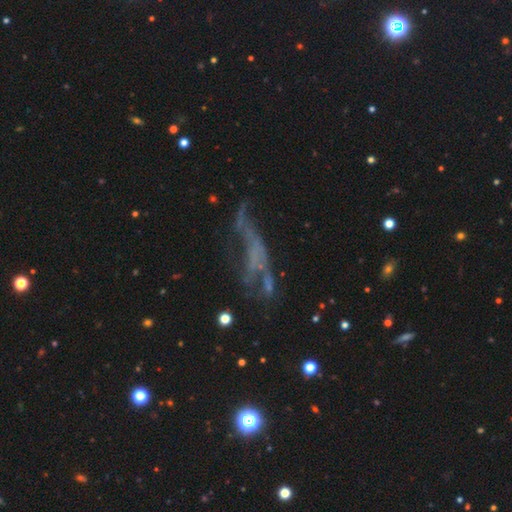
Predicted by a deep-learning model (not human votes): Morphology: type=featured or disk (50%); edge-on=no (67%); merging=none (38%).